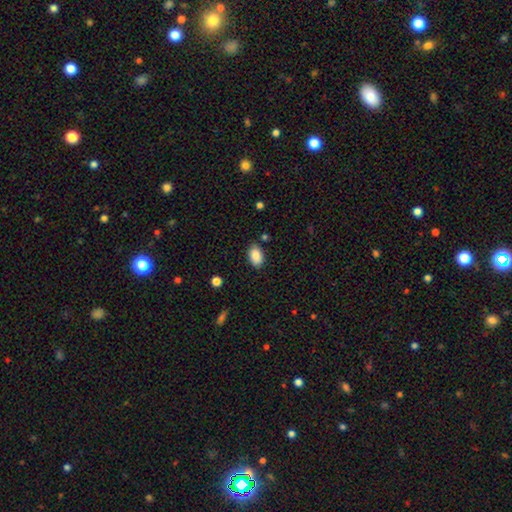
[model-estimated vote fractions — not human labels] A smooth galaxy with no disk features (88%) that is in between round and cigar-shaped (91%). Merging: none (84%).